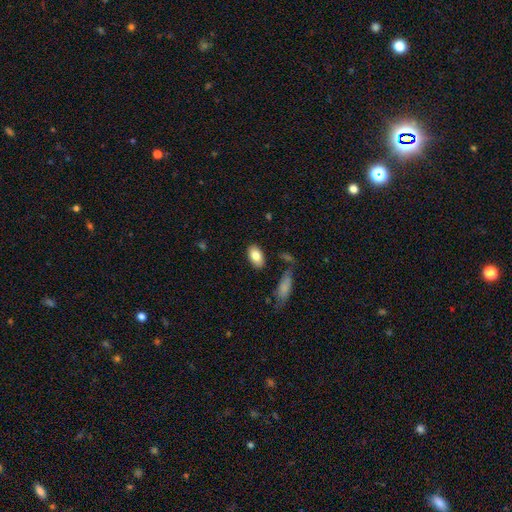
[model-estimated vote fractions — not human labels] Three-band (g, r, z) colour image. It shows a smooth galaxy with no disk features (82%) that is in between round and cigar-shaped (91%). Merging: none (83%).